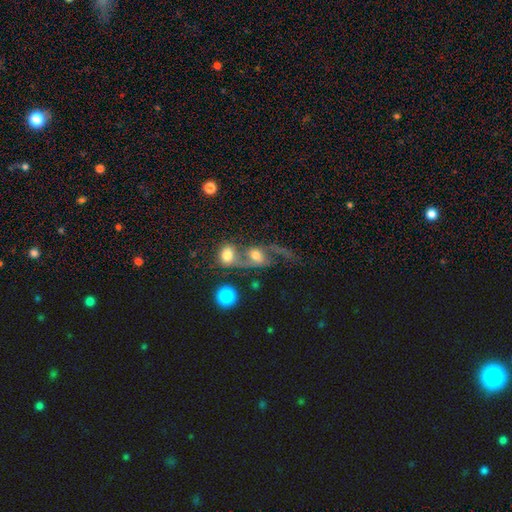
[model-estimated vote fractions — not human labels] A featured or disk galaxy (59%) with no bar (56%), spiral arms (83%) and a moderate central bulge (55%). Merging: merger (52%).